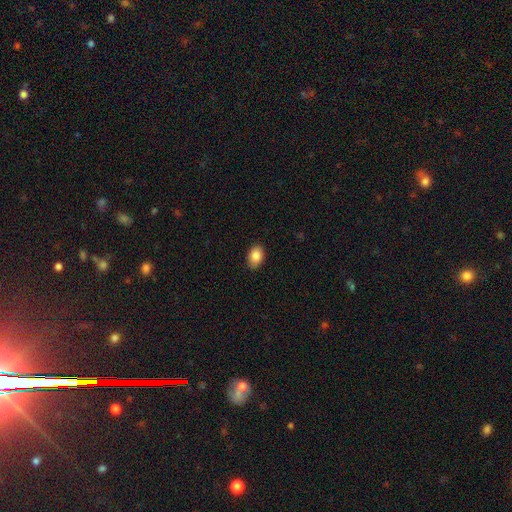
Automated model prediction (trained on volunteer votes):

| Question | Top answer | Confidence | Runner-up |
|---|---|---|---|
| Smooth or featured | smooth | 87% | star or artifact (8%) |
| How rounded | in between | 82% | round (17%) |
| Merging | none | 86% | minor disturbance (11%) |